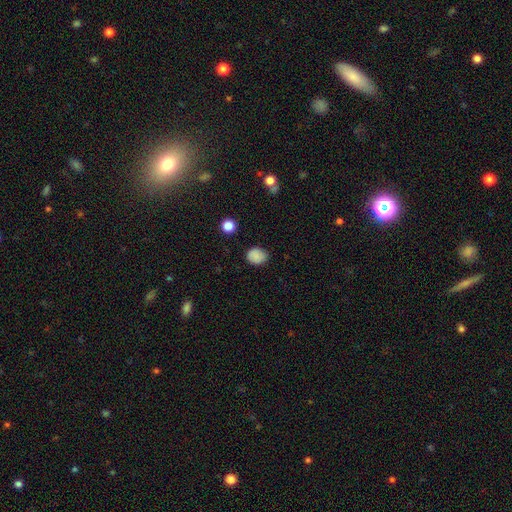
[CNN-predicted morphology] Smooth or featured? smooth (85%)
How rounded? round (59%)
Merging? none (81%)